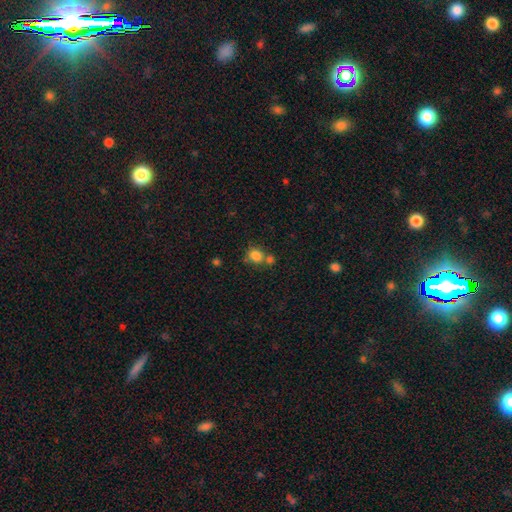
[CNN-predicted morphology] smooth-or-featured: smooth: 82% | star or artifact: 12% | featured or disk: 6%
  how-rounded: round: 75% | in between: 24% | cigar-shaped: 1%
  merging: none: 53% | merger: 31% | minor disturbance: 11% | major disturbance: 5%